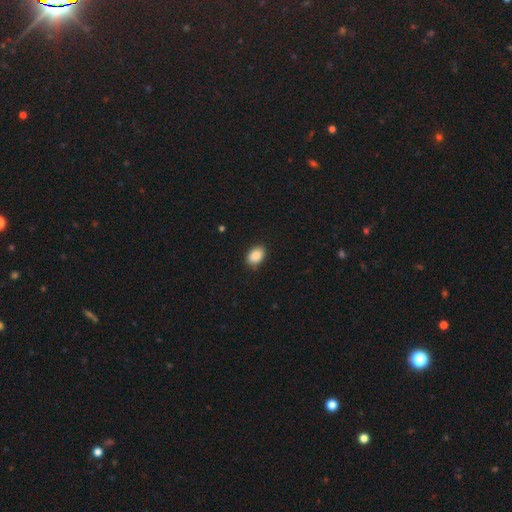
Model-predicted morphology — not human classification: A smooth galaxy with no disk features (90%) that is in between round and cigar-shaped (84%). Merging: none (87%).